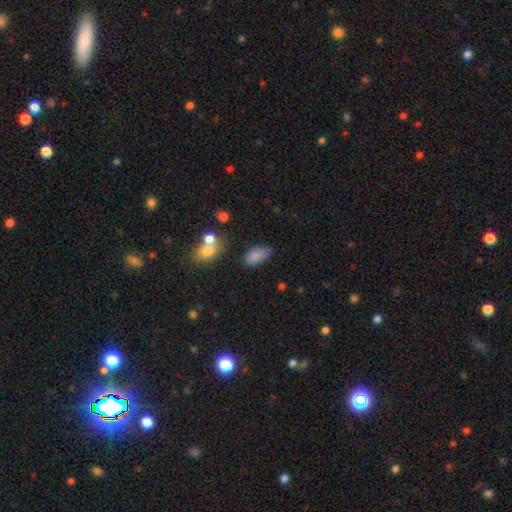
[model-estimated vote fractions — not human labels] A smooth galaxy with no disk features (83%) that is in between round and cigar-shaped (92%). Merging: none (66%).